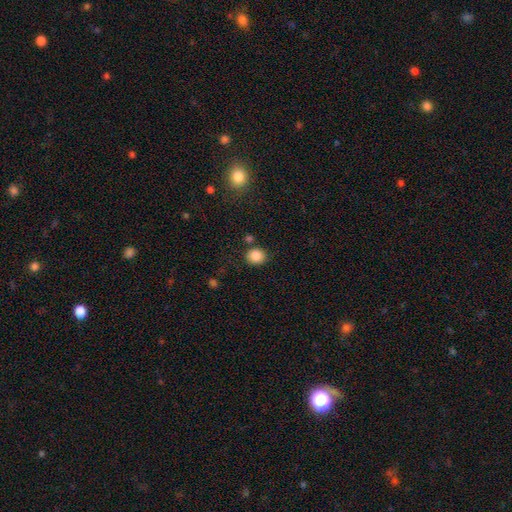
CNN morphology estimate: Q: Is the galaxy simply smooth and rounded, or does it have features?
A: smooth — 86%.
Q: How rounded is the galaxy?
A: round — 76%.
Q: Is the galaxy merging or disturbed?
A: none — 80%.